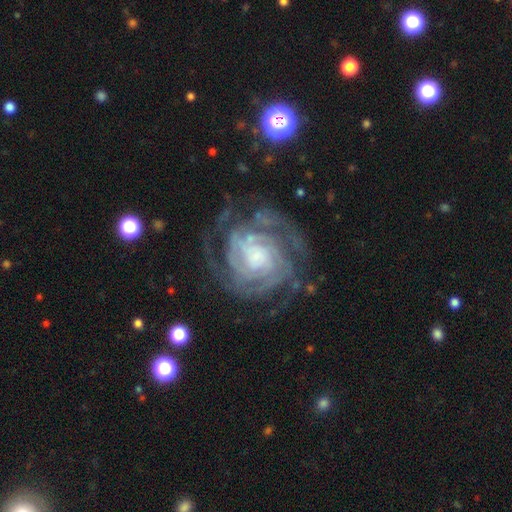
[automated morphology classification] Smooth or featured?
  - featured or disk: 89% *
  - smooth: 6%
  - star or artifact: 6%
Edge-on disk?
  - no: 98% *
  - yes: 2%
Bar?
  - no: 67% *
  - weak: 25%
  - strong: 8%
Spiral arms?
  - yes: 97% *
  - no: 3%
Spiral winding?
  - tight: 71% *
  - medium: 24%
  - loose: 5%
Spiral arm count?
  - can't tell: 27% *
  - 3: 22%
  - 2: 19%
  - 4: 16%
  - more than 4: 9%
  - 1: 7%
Bulge size?
  - small: 45% *
  - moderate: 27%
  - large: 13%
  - none: 13%
  - dominant: 2%
Merging?
  - none: 69% *
  - minor disturbance: 17%
  - major disturbance: 13%
  - merger: 2%